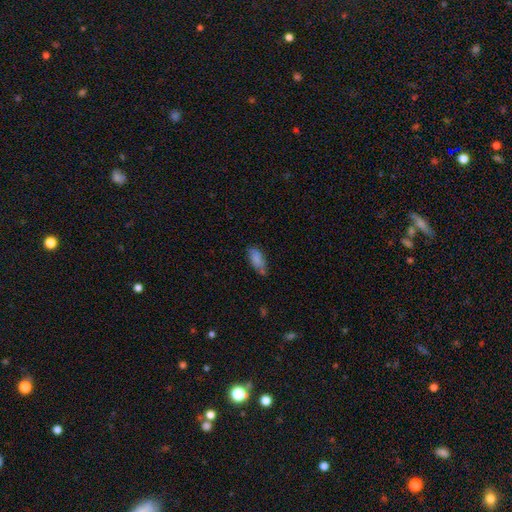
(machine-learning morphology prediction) Smooth or featured? Predicted: smooth (p=0.77). How rounded? Predicted: in between (p=0.78). Merging? Predicted: none (p=0.65).